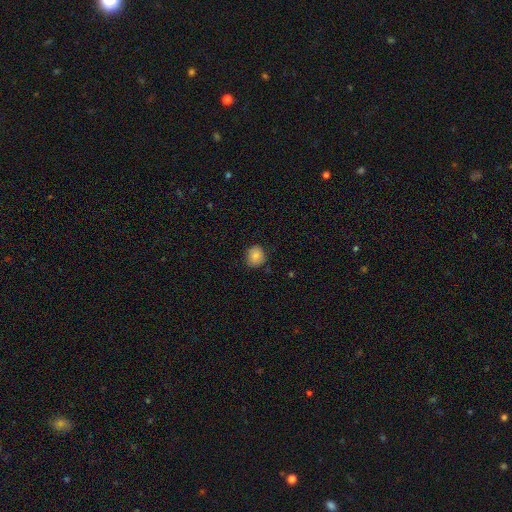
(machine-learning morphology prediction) smooth_or_featured: smooth (p=0.83) [alt: star or artifact p=0.09]
how_rounded: round (p=0.75) [alt: in between p=0.24]
merging: none (p=0.78) [alt: minor disturbance p=0.17]